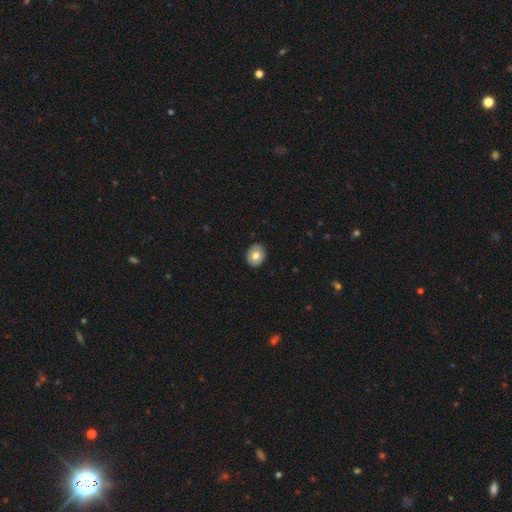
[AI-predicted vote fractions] Smooth or featured: smooth — 71% (featured or disk — 21%)
How rounded: round — 57% (in between — 42%)
Merging: none — 89% (minor disturbance — 9%)